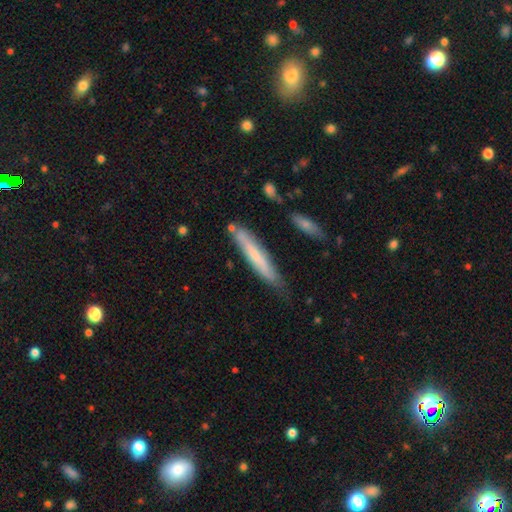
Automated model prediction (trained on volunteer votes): smooth-or-featured: smooth: 59% | featured or disk: 35% | star or artifact: 6%
  how-rounded: cigar-shaped: 92% | in between: 7% | round: 1%
  merging: none: 72% | minor disturbance: 20% | major disturbance: 4% | merger: 4%